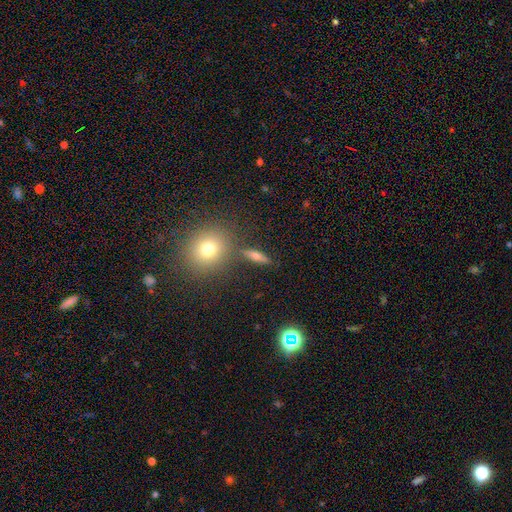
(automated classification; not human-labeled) The model was most divided on "smooth or featured": smooth: 48%, featured or disk: 32%, star or artifact: 21%. More confident: merging — none (82%).